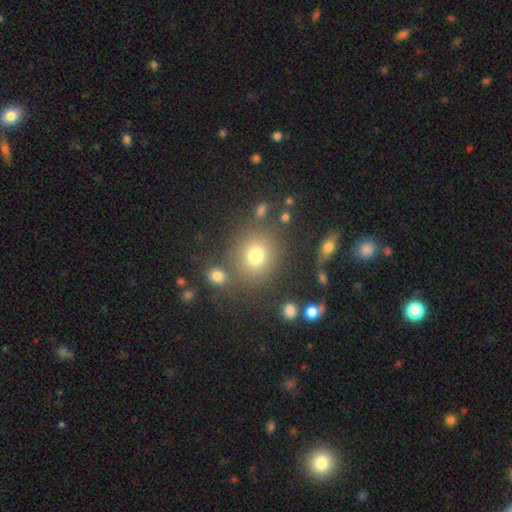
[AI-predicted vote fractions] A smooth galaxy with no disk features (75%) that is round (79%). Merging: none (74%).